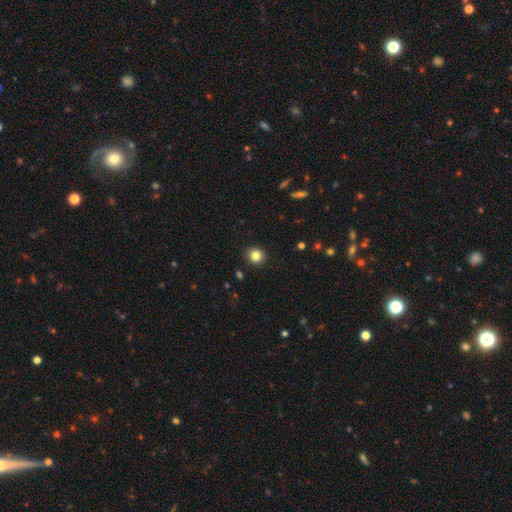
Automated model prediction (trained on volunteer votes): A smooth galaxy with no disk features (83%) that is round (88%).

Vote fractions:
- Smooth or featured? smooth: 83% / star or artifact: 11% / featured or disk: 5%
- How rounded? round: 88% / in between: 11% / cigar-shaped: 1%
- Merging? none: 92% / minor disturbance: 5% / major disturbance: 2% / merger: 1%